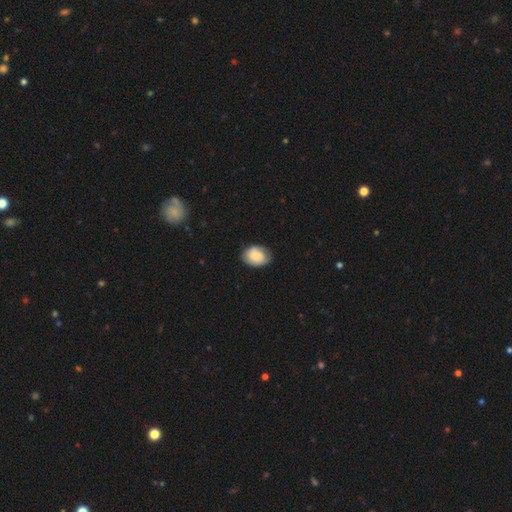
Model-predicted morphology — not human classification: The model was most divided on "how rounded": in between: 67%, round: 32%, cigar-shaped: 1%. More confident: smooth or featured — smooth (75%); merging — none (72%).